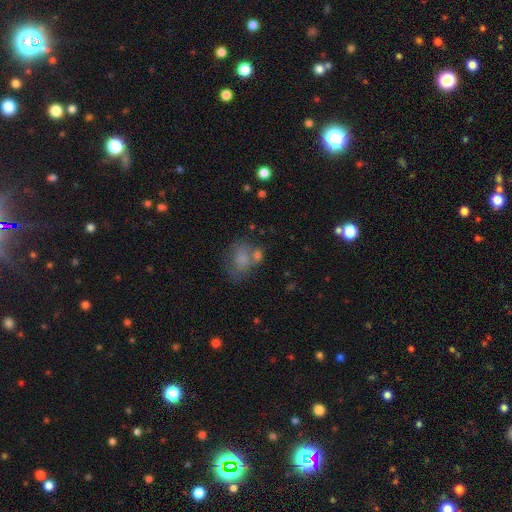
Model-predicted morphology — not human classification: Q: Smooth or featured?
A: smooth (55%); runner-up: featured or disk (26%)
Q: How rounded?
A: in between (55%); runner-up: round (43%)
Q: Merging?
A: none (44%); runner-up: minor disturbance (20%)